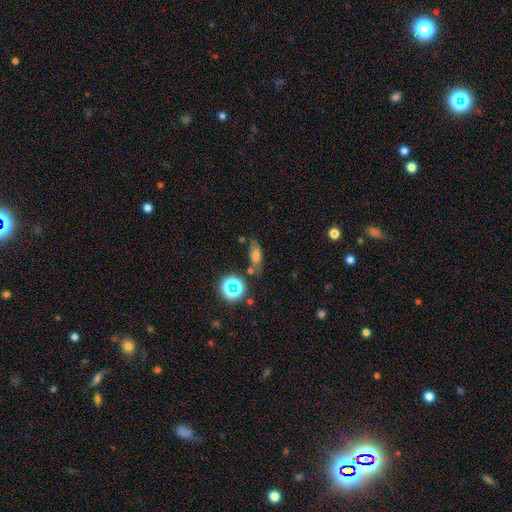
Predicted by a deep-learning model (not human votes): A smooth galaxy with no disk features (61%) that is in between round and cigar-shaped (67%). Merging: none (69%).